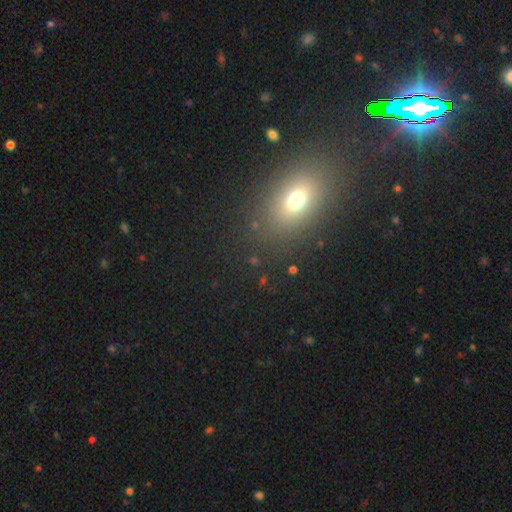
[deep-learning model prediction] smooth_or_featured: smooth (p=0.53) [alt: star or artifact p=0.35]
how_rounded: in between (p=0.69) [alt: round p=0.27]
merging: none (p=0.86) [alt: minor disturbance p=0.08]